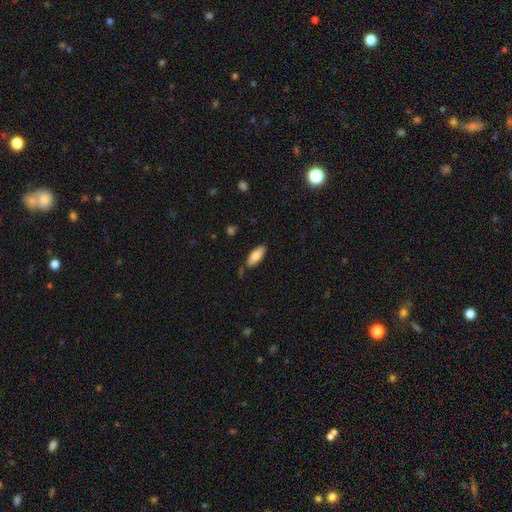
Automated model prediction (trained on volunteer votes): A smooth galaxy with no disk features (81%) that is in between round and cigar-shaped (75%).

Vote fractions:
- Smooth or featured? smooth: 81% / featured or disk: 12% / star or artifact: 6%
- How rounded? in between: 75% / cigar-shaped: 23% / round: 2%
- Merging? none: 78% / minor disturbance: 16% / merger: 3% / major disturbance: 3%